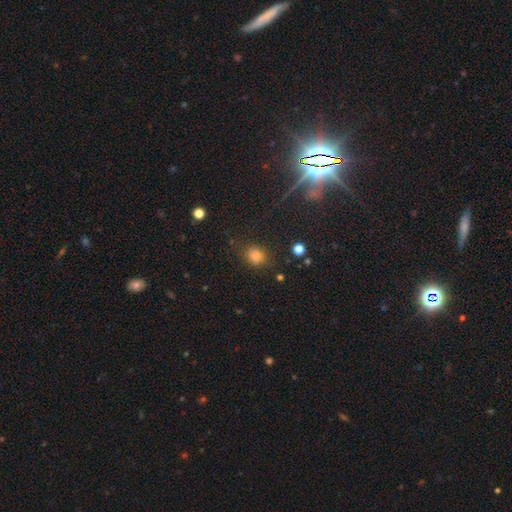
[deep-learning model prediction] Smooth or featured? Predicted: smooth (p=0.73). How rounded? Predicted: round (p=0.75). Merging? Predicted: none (p=0.82).